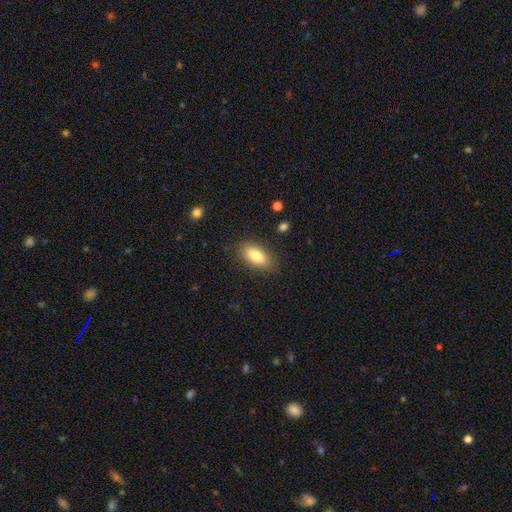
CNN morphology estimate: This is clearly a smooth galaxy (82%). How rounded: clearly in between (89%). Merging: clearly none (85%).